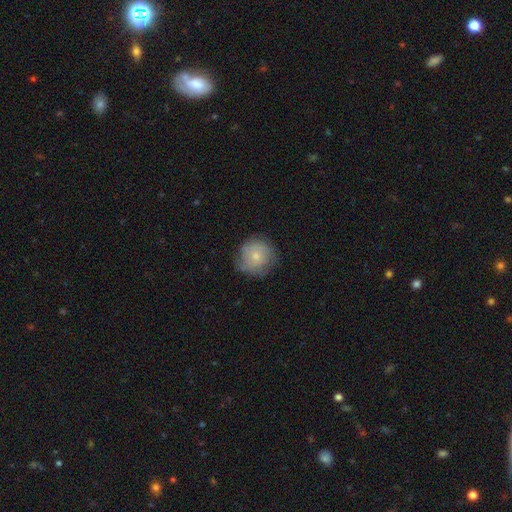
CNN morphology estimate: This is likely a smooth galaxy (64%). How rounded: clearly round (92%). Merging: likely none (72%).